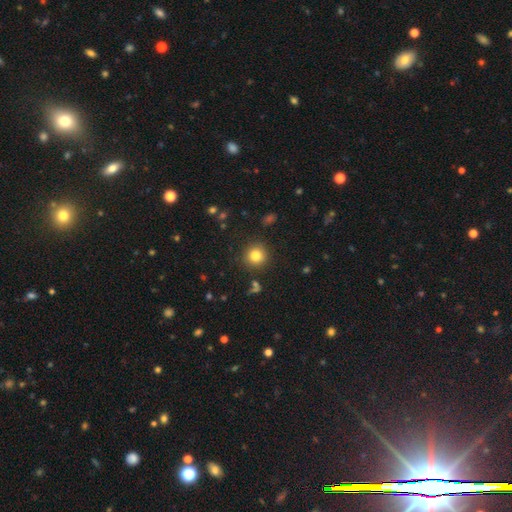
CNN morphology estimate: Smooth or featured: smooth — 81% (star or artifact — 12%)
How rounded: round — 93% (in between — 6%)
Merging: none — 88% (minor disturbance — 7%)